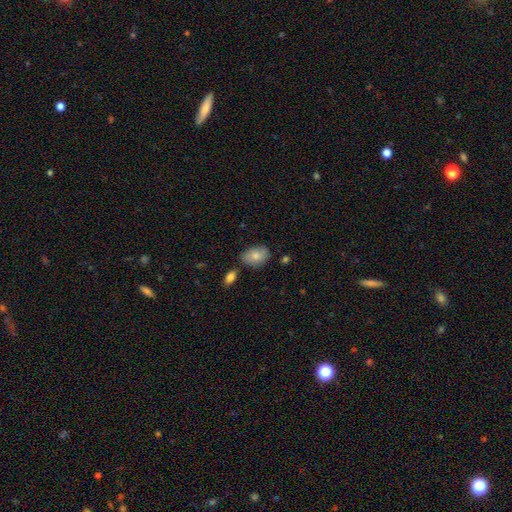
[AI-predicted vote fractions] A smooth galaxy with no disk features (79%) that is in between round and cigar-shaped (84%).

Vote fractions:
- Smooth or featured? smooth: 79% / featured or disk: 14% / star or artifact: 7%
- How rounded? in between: 84% / round: 15% / cigar-shaped: 1%
- Merging? none: 68% / minor disturbance: 21% / merger: 7% / major disturbance: 4%